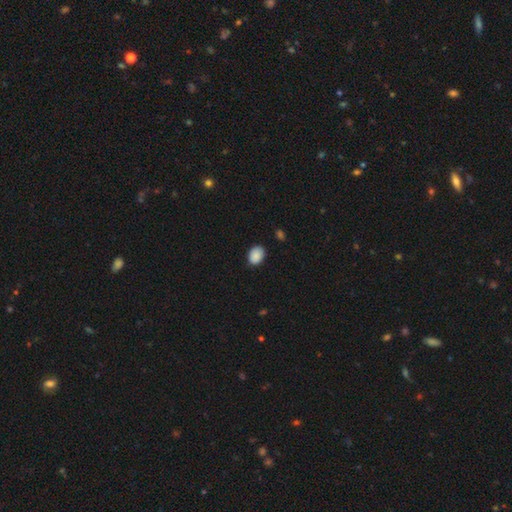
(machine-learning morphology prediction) This appears to be a smooth galaxy with no disk features (88%) that is in between round and cigar-shaped (67%). Merging: none (83%).